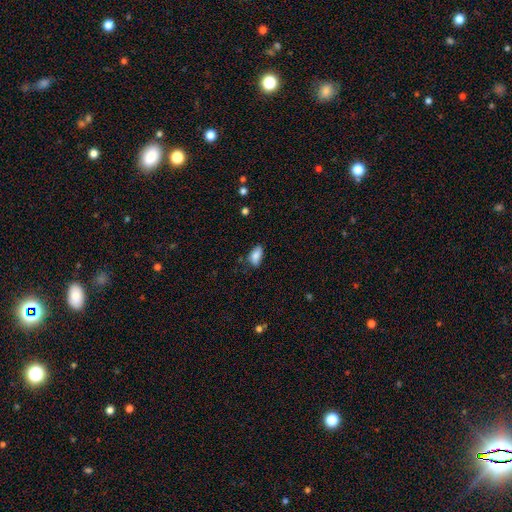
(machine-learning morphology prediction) This appears to be a smooth galaxy with no disk features (82%) that is in between round and cigar-shaped (90%). Merging: none (58%).